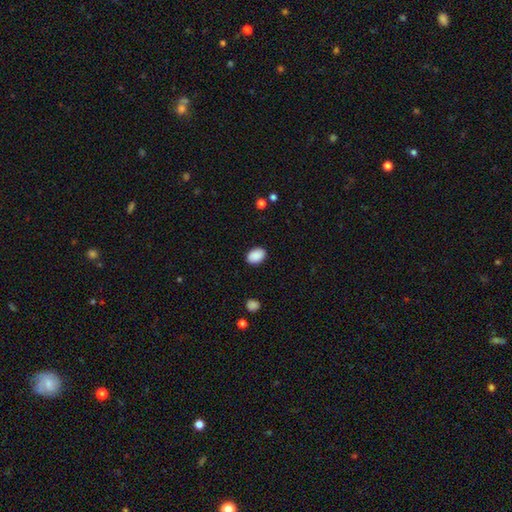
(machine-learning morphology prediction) This appears to be a smooth galaxy with no disk features (90%) that is in between round and cigar-shaped (84%). Merging: none (89%).